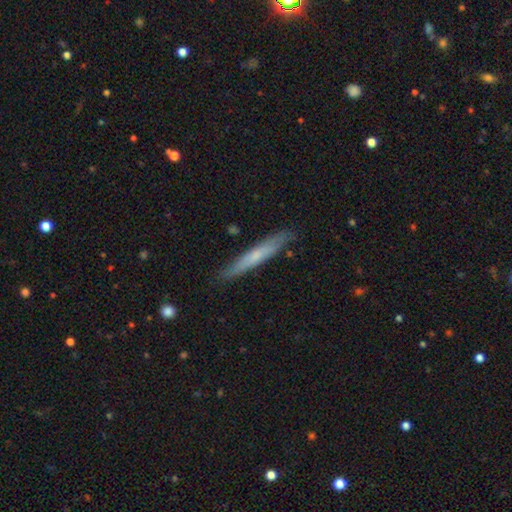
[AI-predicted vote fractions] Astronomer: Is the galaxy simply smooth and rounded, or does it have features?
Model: smooth — 55% (runner-up: featured or disk, 40%).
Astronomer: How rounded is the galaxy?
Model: cigar-shaped — 95%.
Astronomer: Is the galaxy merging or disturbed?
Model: none — 86%.